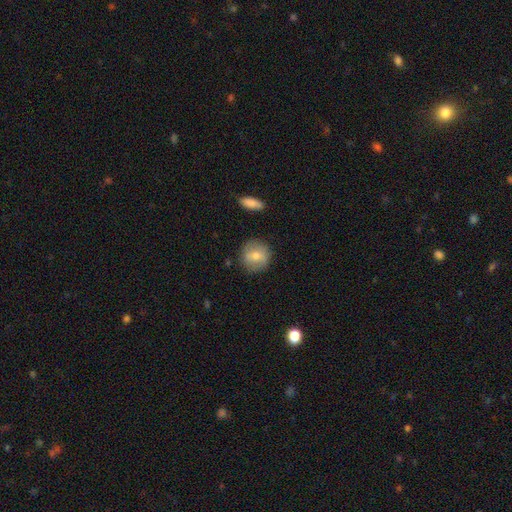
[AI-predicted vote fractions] A smooth galaxy with no disk features (68%) that is round (89%). Merging: none (86%).